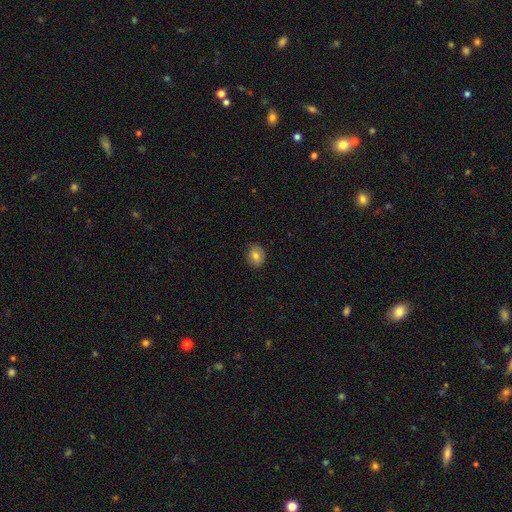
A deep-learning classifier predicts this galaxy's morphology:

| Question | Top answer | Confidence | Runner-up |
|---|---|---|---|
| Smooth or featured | smooth | 77% | featured or disk (14%) |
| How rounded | round | 56% | in between (43%) |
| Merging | none | 88% | minor disturbance (9%) |